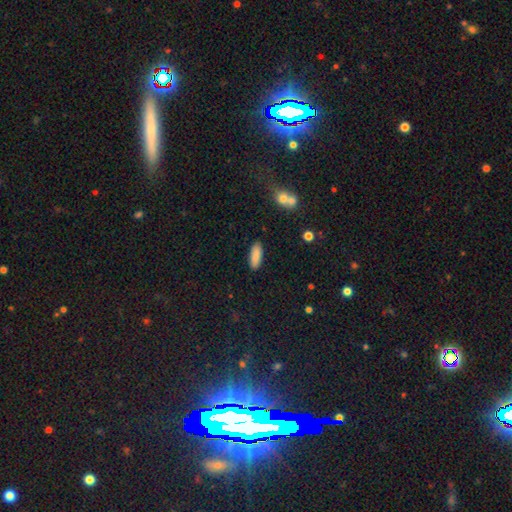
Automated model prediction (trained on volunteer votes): The model was most divided on "how rounded": in between: 68%, cigar-shaped: 30%, round: 2%. More confident: merging — none (88%); smooth or featured — smooth (86%).